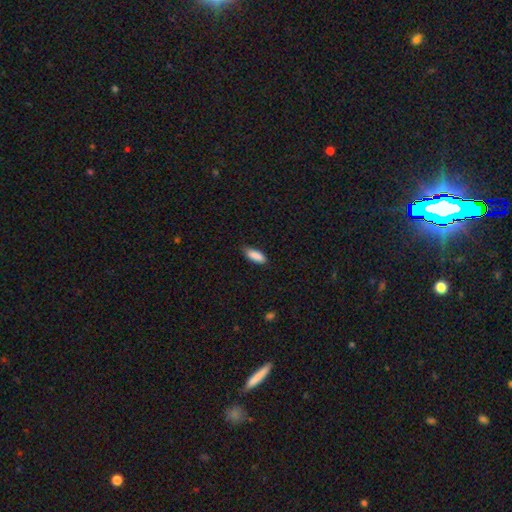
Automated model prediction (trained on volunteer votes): Overall: smooth (89%). How rounded: in between (70%). Merging: none (79%).